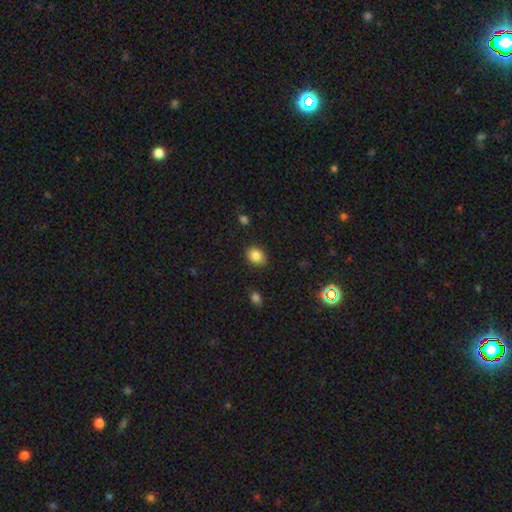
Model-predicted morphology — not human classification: smooth 85%, star or artifact 10%, featured or disk 5%. Down the decision tree: how rounded — in between (51%); merging — none (85%).